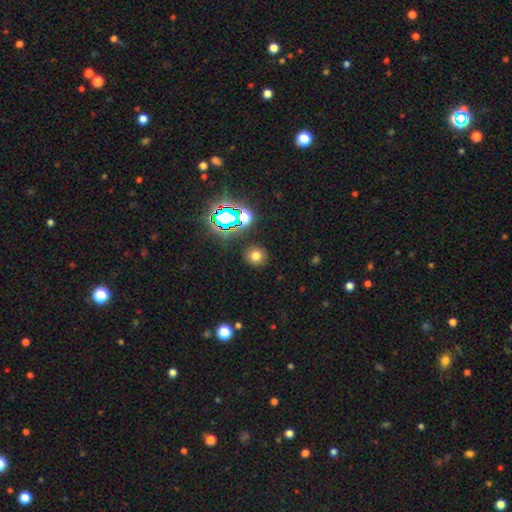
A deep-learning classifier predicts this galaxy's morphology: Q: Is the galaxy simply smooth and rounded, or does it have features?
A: smooth — 69%.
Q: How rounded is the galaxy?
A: round — 89%.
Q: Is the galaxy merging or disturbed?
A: none — 89%.